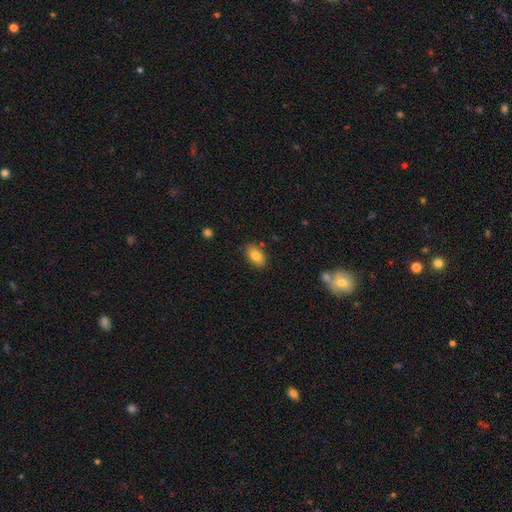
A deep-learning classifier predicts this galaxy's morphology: Smooth or featured: smooth — 84% (featured or disk — 8%)
How rounded: in between — 89% (round — 9%)
Merging: none — 82% (minor disturbance — 13%)